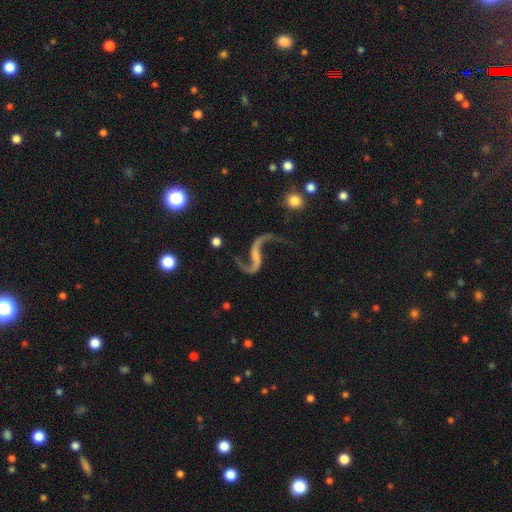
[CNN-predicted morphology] Smooth or featured? Predicted: featured or disk (p=0.90). Edge-on disk? Predicted: no (p=0.97). Bar? Predicted: no (p=0.39). Spiral arms? Predicted: yes (p=0.96). Spiral winding? Predicted: loose (p=0.92). Spiral arm count? Predicted: 2 (p=0.93). Bulge size? Predicted: none (p=0.59). Merging? Predicted: none (p=0.66).